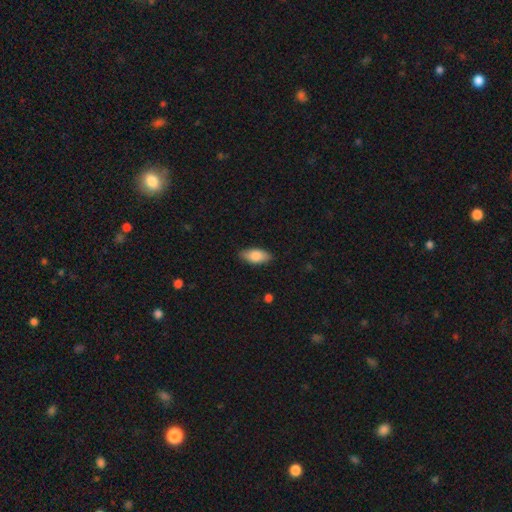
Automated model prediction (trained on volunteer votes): smooth 83%, featured or disk 11%, star or artifact 6%. Down the decision tree: how rounded — in between (89%); merging — none (85%).